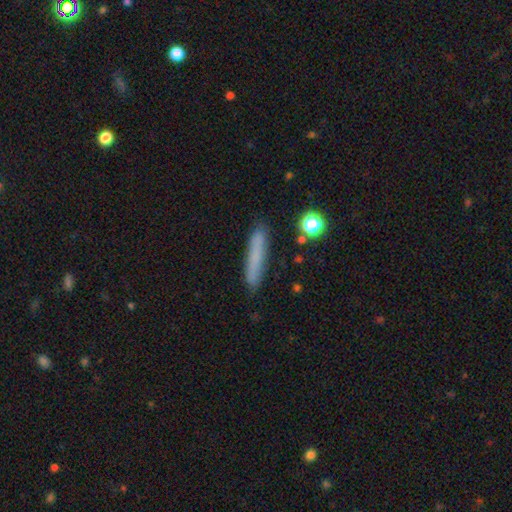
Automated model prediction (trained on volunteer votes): Q: Smooth or featured?
A: smooth (73%); runner-up: featured or disk (18%)
Q: How rounded?
A: cigar-shaped (93%); runner-up: in between (5%)
Q: Merging?
A: none (87%); runner-up: minor disturbance (9%)